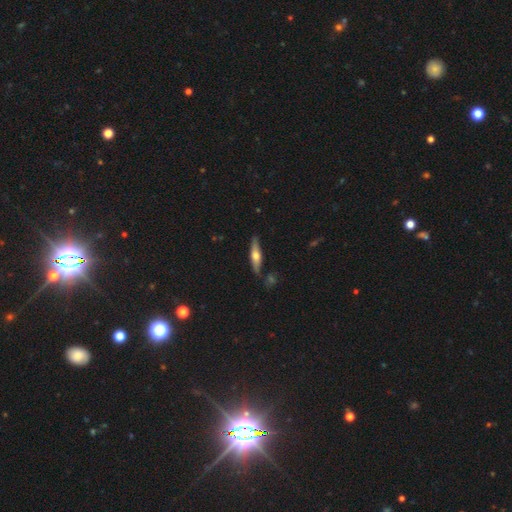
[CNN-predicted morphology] Smooth or featured: featured or disk — 54% (smooth — 40%)
Edge-on disk: yes — 92% (no — 8%)
Merging: none — 82% (minor disturbance — 12%)